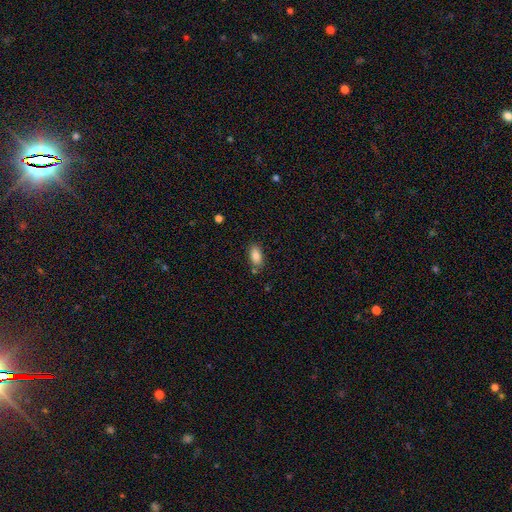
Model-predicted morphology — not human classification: A smooth galaxy with no disk features (85%) that is in between round and cigar-shaped (91%). Merging: none (76%).